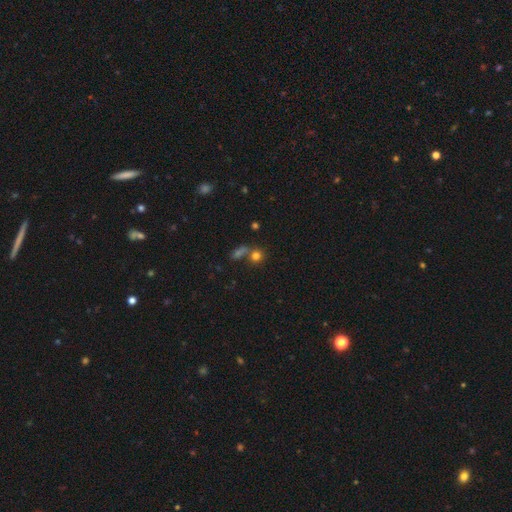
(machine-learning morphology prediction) This appears to be a smooth galaxy with no disk features (76%) that is round (85%). Merging: none (57%).